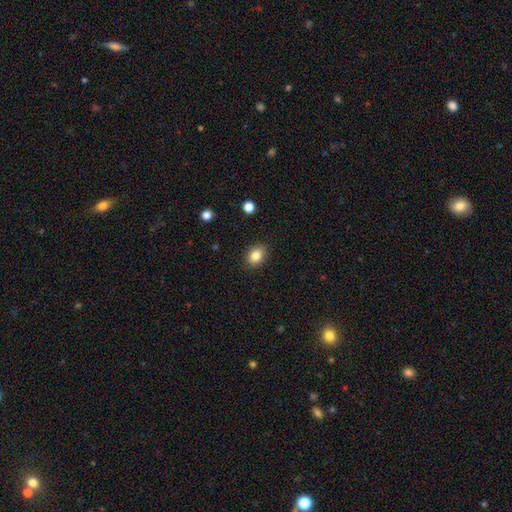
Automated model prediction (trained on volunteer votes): Smooth or featured?
  - smooth: 84% *
  - star or artifact: 9%
  - featured or disk: 7%
How rounded?
  - in between: 67% *
  - round: 32%
  - cigar-shaped: 1%
Merging?
  - none: 87% *
  - minor disturbance: 10%
  - major disturbance: 2%
  - merger: 1%